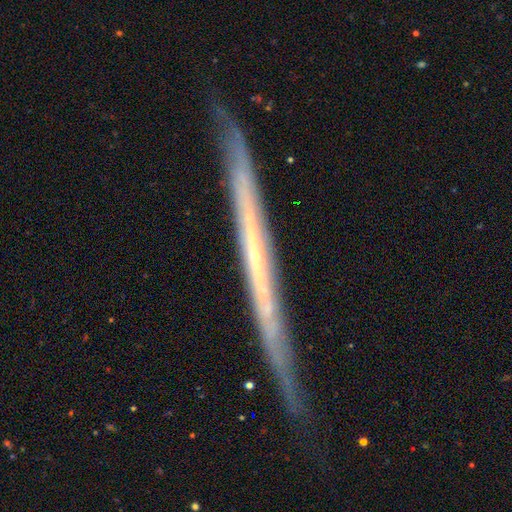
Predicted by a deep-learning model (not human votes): Smooth or featured? featured or disk (79%)
Edge-on disk? yes (95%)
Edge-on bulge? none (75%)
Merging? none (83%)